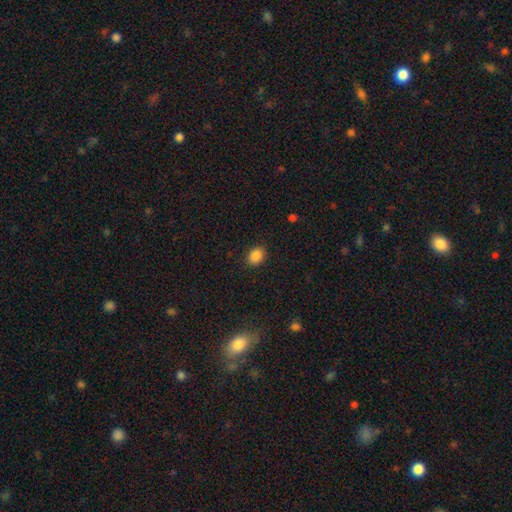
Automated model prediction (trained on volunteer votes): Smooth or featured?
  - smooth: 87% *
  - star or artifact: 10%
  - featured or disk: 3%
How rounded?
  - in between: 57% *
  - round: 42%
  - cigar-shaped: 1%
Merging?
  - none: 87% *
  - minor disturbance: 9%
  - major disturbance: 3%
  - merger: 1%